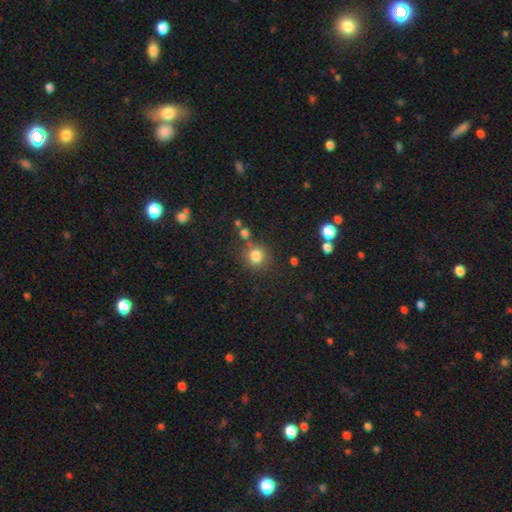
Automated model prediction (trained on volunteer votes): Overall: smooth (80%). How rounded: round (87%). Merging: none (72%).